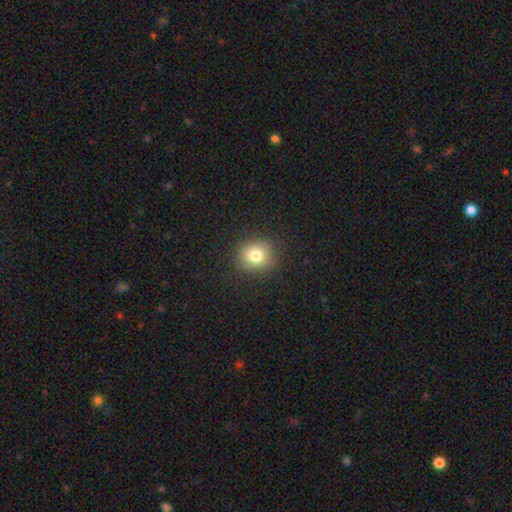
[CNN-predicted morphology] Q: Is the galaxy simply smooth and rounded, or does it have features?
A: smooth — 78%.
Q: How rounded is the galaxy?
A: round — 82%.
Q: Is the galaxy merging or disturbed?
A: none — 87%.